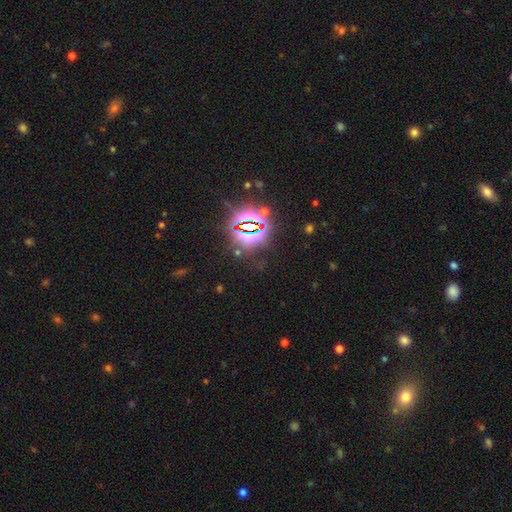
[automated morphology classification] smooth_or_featured: star or artifact (p=0.84) [alt: smooth p=0.09]